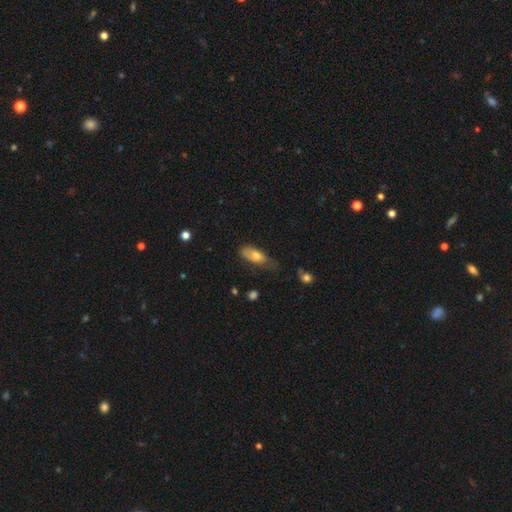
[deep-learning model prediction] Smooth or featured? Predicted: smooth (p=0.70). How rounded? Predicted: in between (p=0.81). Merging? Predicted: none (p=0.41).